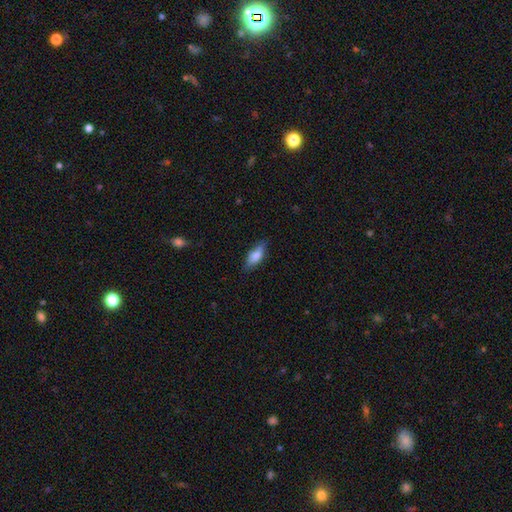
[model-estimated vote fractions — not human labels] Smooth or featured?
  - smooth: 75% *
  - featured or disk: 18%
  - star or artifact: 7%
How rounded?
  - in between: 71% *
  - cigar-shaped: 27%
  - round: 2%
Merging?
  - none: 76% *
  - minor disturbance: 19%
  - major disturbance: 4%
  - merger: 1%